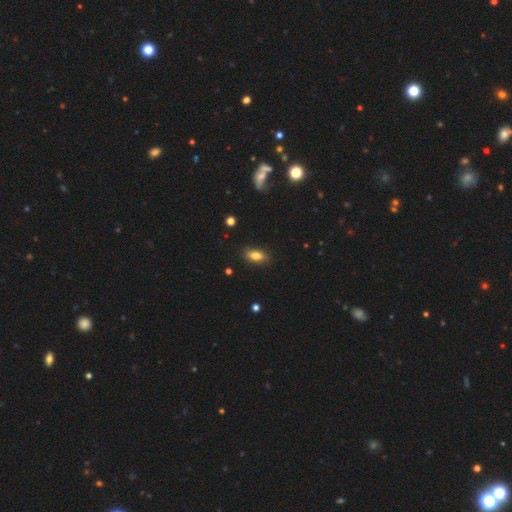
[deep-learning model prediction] smooth 79%, featured or disk 12%, star or artifact 9%. Down the decision tree: how rounded — in between (84%); merging — none (84%).